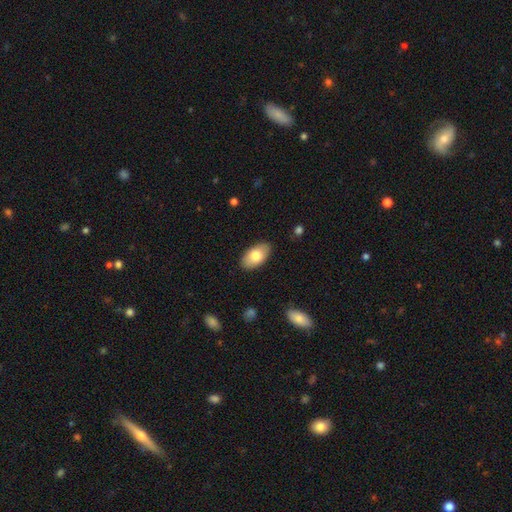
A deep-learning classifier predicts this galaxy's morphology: Smooth or featured: smooth — 78% (featured or disk — 16%)
How rounded: in between — 95% (round — 4%)
Merging: none — 87% (minor disturbance — 10%)